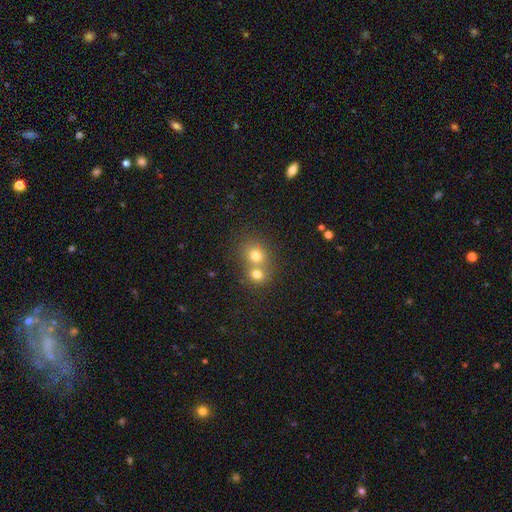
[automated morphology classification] smooth 74%, star or artifact 14%, featured or disk 12%. Down the decision tree: how rounded — round (75%); merging — merger (57%).